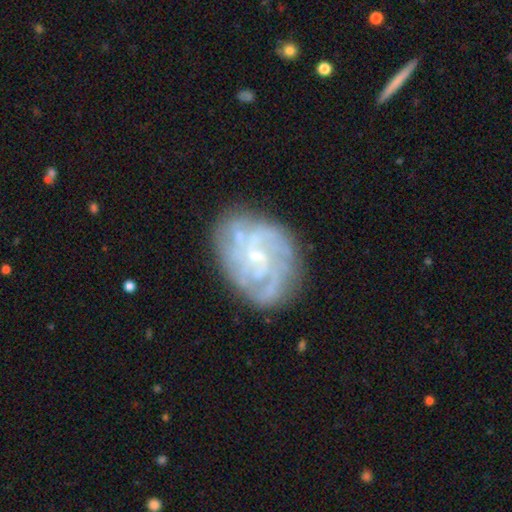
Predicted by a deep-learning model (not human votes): Morphology: type=featured or disk (78%); edge-on=no (98%); bar=no (59%); spiral arms=yes (83%); winding=tight (52%); arm count=can't tell (41%); bulge=small (66%); merging=none (67%).